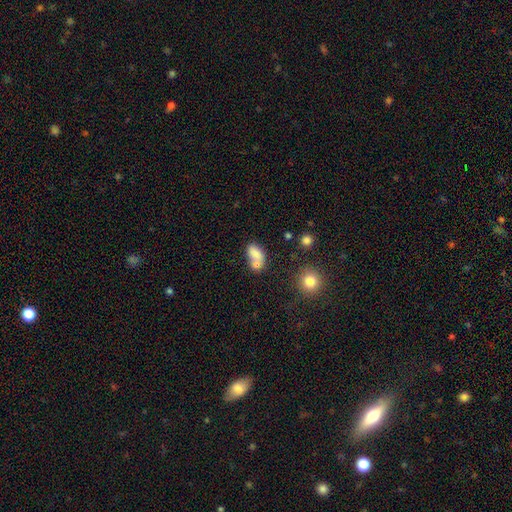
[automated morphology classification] A smooth galaxy with no disk features (73%) that is in between round and cigar-shaped (82%). Merging: merger (58%).